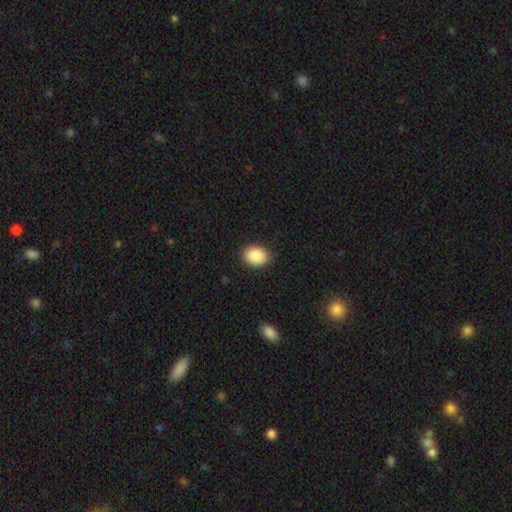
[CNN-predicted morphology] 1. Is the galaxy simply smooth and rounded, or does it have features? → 88% smooth, 7% star or artifact, 5% featured or disk.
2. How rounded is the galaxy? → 65% in between, 34% round, 1% cigar-shaped.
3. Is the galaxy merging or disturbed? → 88% none, 9% minor disturbance, 2% major disturbance, 1% merger.